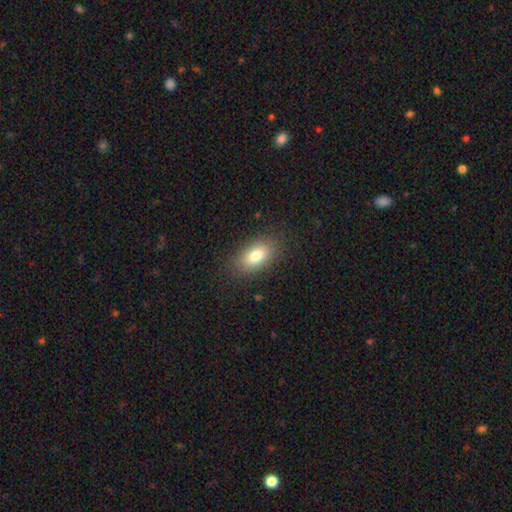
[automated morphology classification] Smooth or featured?
  - smooth: 80% *
  - featured or disk: 12%
  - star or artifact: 8%
How rounded?
  - in between: 90% *
  - round: 5%
  - cigar-shaped: 4%
Merging?
  - none: 86% *
  - minor disturbance: 10%
  - major disturbance: 3%
  - merger: 1%